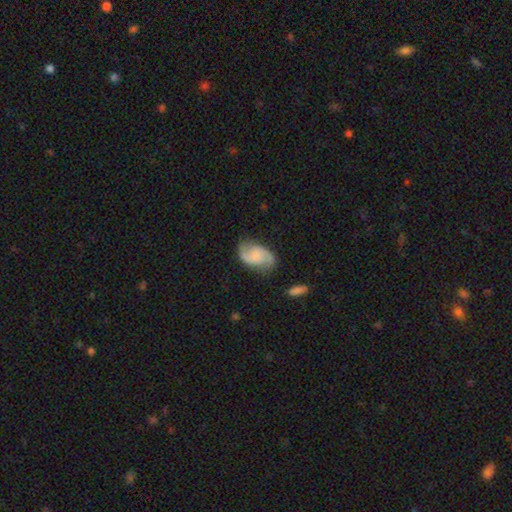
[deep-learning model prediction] Smooth or featured: featured or disk — 79% (smooth — 15%)
Edge-on disk: no — 98% (yes — 2%)
Bar: no — 57% (weak — 36%)
Spiral arms: yes — 96% (no — 4%)
Spiral winding: medium — 46% (loose — 38%)
Spiral arm count: 2 — 92% (can't tell — 3%)
Bulge size: none — 49% (small — 29%)
Merging: none — 75% (minor disturbance — 17%)